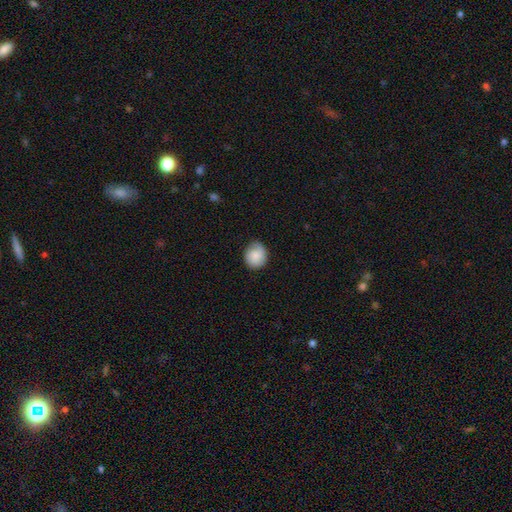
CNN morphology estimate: smooth 82%, featured or disk 11%, star or artifact 7%. Down the decision tree: how rounded — round (78%); merging — none (80%).